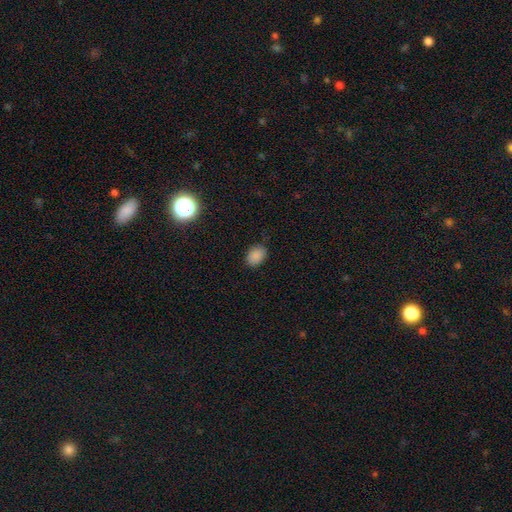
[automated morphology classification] type=smooth (86%); roundness=in between (70%); merging=none (82%).